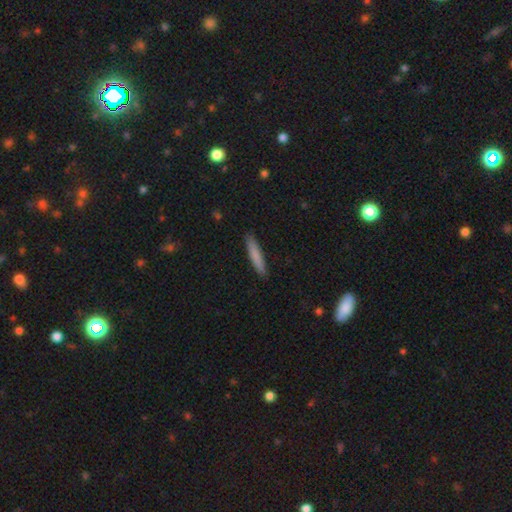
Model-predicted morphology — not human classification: A smooth galaxy with no disk features (80%) that is cigar-shaped (93%).

Vote fractions:
- Smooth or featured? smooth: 80% / featured or disk: 15% / star or artifact: 6%
- How rounded? cigar-shaped: 93% / in between: 6% / round: 1%
- Merging? none: 90% / minor disturbance: 7% / major disturbance: 1% / merger: 1%